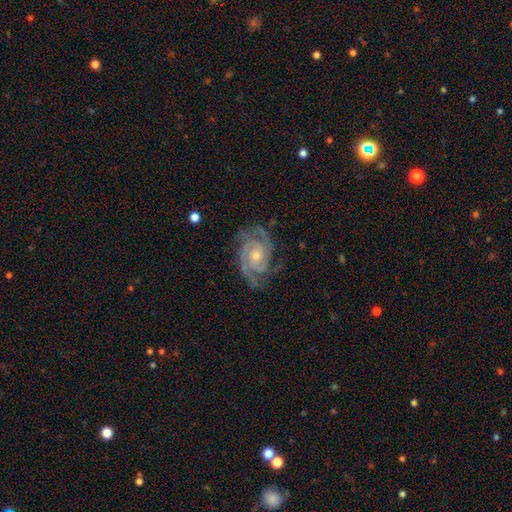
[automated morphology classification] A featured or disk galaxy (91%) with no bar (65%), 2 (43%) tight (64%) spiral arms (98%) and a small central bulge (53%). Merging: none (77%).